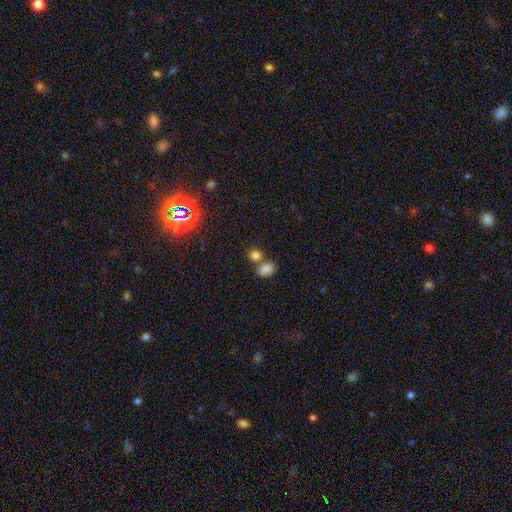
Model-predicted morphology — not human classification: Smooth or featured? Predicted: smooth (p=0.79). How rounded? Predicted: round (p=0.65). Merging? Predicted: none (p=0.53).